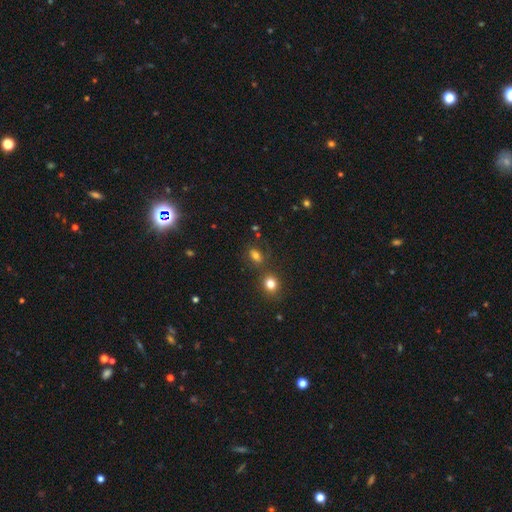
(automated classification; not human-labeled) smooth-or-featured: smooth: 73% | star or artifact: 16% | featured or disk: 10%
  how-rounded: in between: 73% | round: 24% | cigar-shaped: 3%
  merging: none: 67% | minor disturbance: 14% | merger: 13% | major disturbance: 6%